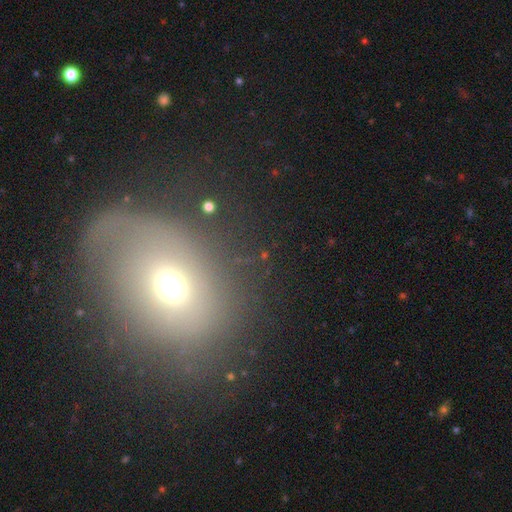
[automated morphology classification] type=smooth (54%); roundness=round (53%); merging=none (61%).